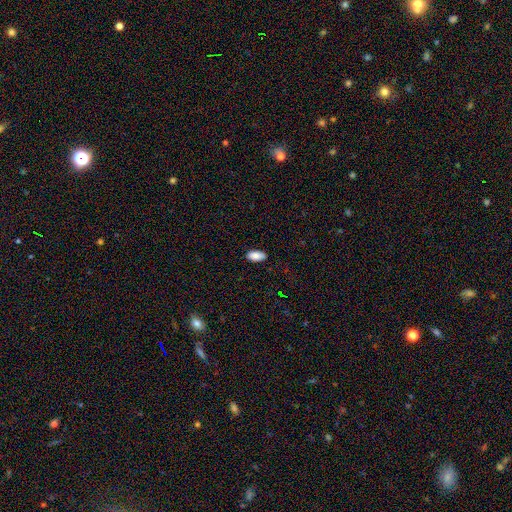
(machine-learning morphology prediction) A smooth galaxy with no disk features (88%) that is in between round and cigar-shaped (92%).

Vote fractions:
- Smooth or featured? smooth: 88% / star or artifact: 7% / featured or disk: 5%
- How rounded? in between: 92% / cigar-shaped: 6% / round: 2%
- Merging? none: 87% / minor disturbance: 10% / major disturbance: 2% / merger: 1%